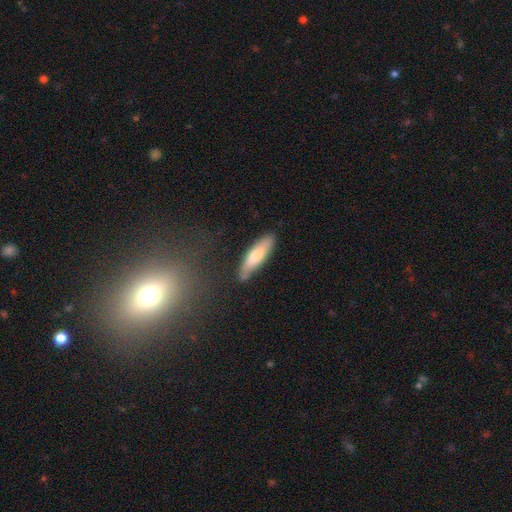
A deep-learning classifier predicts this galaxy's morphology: Q: Smooth or featured?
A: smooth (70%); runner-up: featured or disk (25%)
Q: How rounded?
A: cigar-shaped (68%); runner-up: in between (31%)
Q: Merging?
A: none (79%); runner-up: minor disturbance (15%)